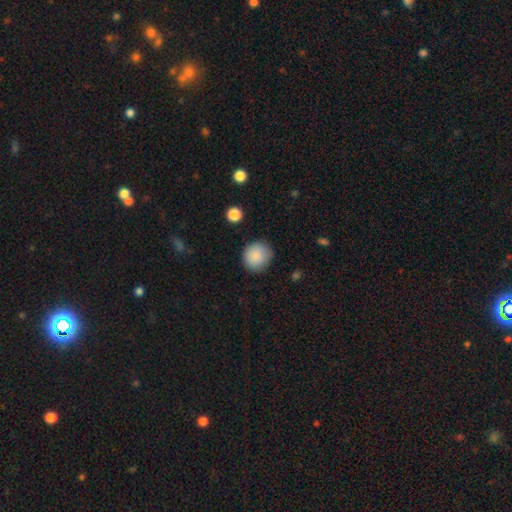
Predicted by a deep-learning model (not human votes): smooth 88%, star or artifact 8%, featured or disk 5%. Down the decision tree: how rounded — round (87%); merging — none (84%).